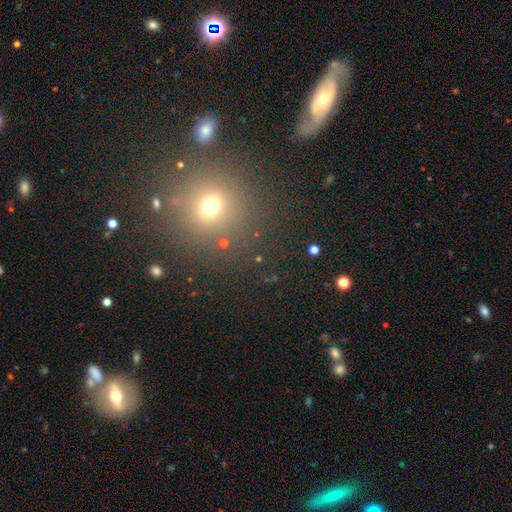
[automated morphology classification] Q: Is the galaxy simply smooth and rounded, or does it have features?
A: smooth — 48%.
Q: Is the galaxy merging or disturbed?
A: none — 84%.